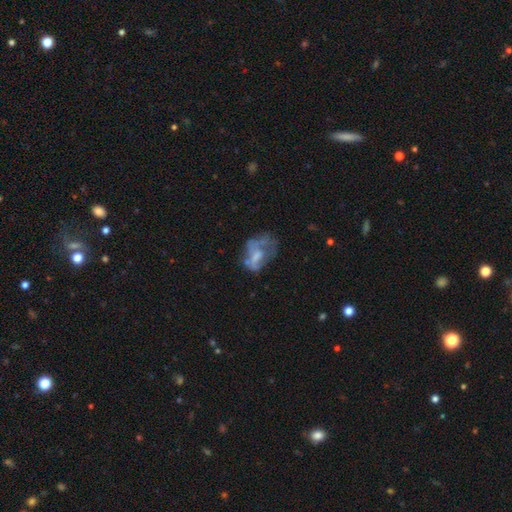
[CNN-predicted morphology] The model was most divided on "merging": major disturbance: 38%, none: 30%, minor disturbance: 23%, merger: 9%. More confident: edge-on disk — no (97%); smooth or featured — featured or disk (51%).